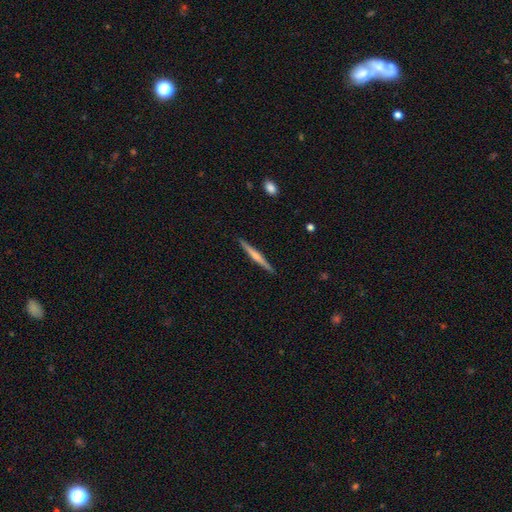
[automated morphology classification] Smooth or featured? Predicted: featured or disk (p=0.57). Edge-on disk? Predicted: yes (p=0.98). Edge-on bulge? Predicted: rounded (p=0.43). Merging? Predicted: none (p=0.91).